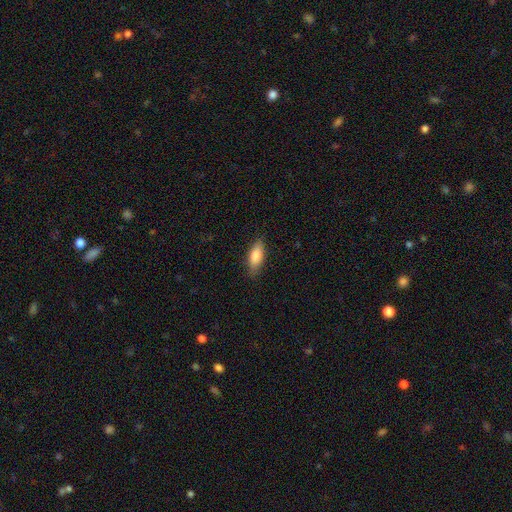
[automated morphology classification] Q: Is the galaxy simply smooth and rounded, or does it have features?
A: smooth — 82%.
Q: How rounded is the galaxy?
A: in between — 75%.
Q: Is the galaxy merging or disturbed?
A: none — 84%.